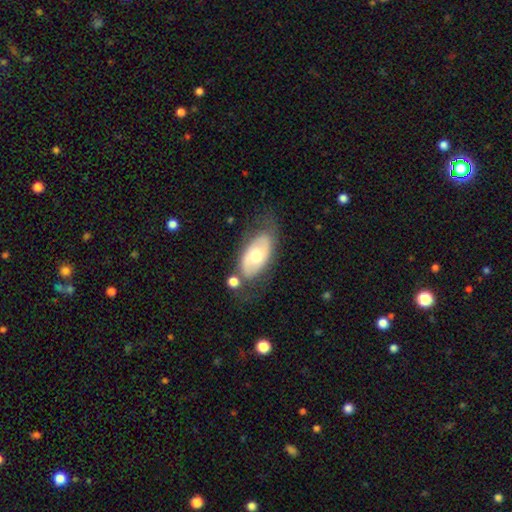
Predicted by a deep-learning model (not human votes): The model was most divided on "smooth or featured": featured or disk: 52%, smooth: 43%, star or artifact: 6%. More confident: edge-on disk — no (89%); merging — none (66%).